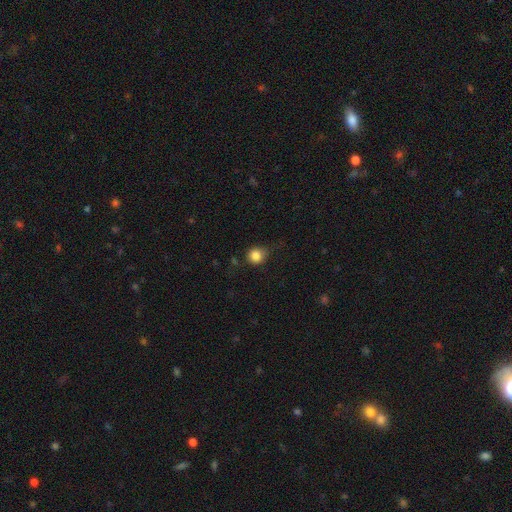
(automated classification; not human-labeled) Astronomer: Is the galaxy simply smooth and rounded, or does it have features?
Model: smooth — 84%.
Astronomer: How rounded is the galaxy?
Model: round — 85%.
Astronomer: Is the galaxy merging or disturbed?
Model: none — 66%.